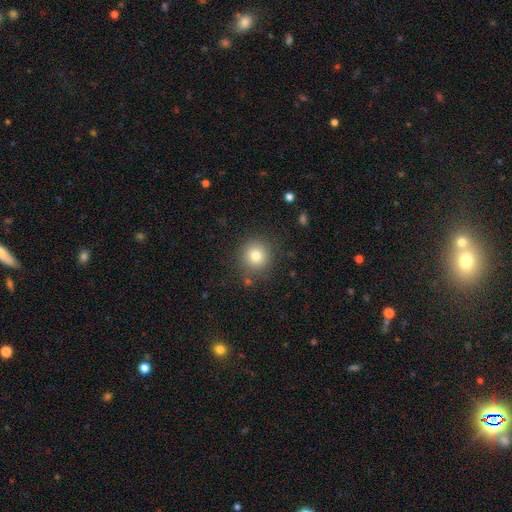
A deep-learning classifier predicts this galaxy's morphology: Smooth or featured: smooth — 79% (star or artifact — 12%)
How rounded: round — 93% (in between — 6%)
Merging: none — 85% (minor disturbance — 9%)